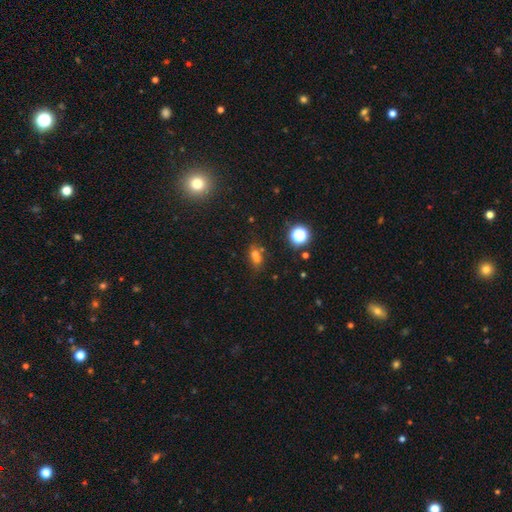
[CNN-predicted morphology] Smooth or featured? smooth (59%)
How rounded? in between (49%)
Merging? none (47%)